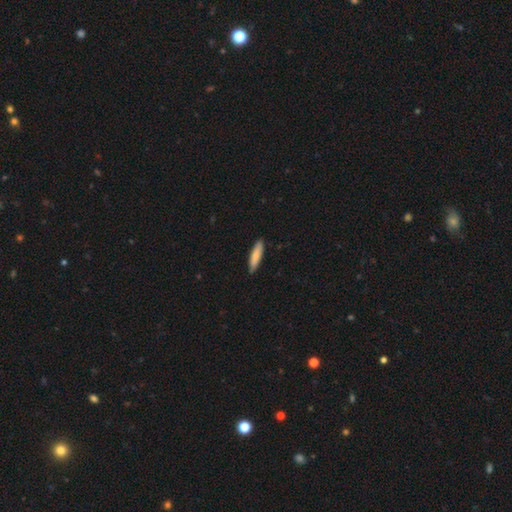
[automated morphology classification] Q: Smooth or featured?
A: smooth (79%); runner-up: featured or disk (16%)
Q: How rounded?
A: cigar-shaped (79%); runner-up: in between (20%)
Q: Merging?
A: none (88%); runner-up: minor disturbance (9%)